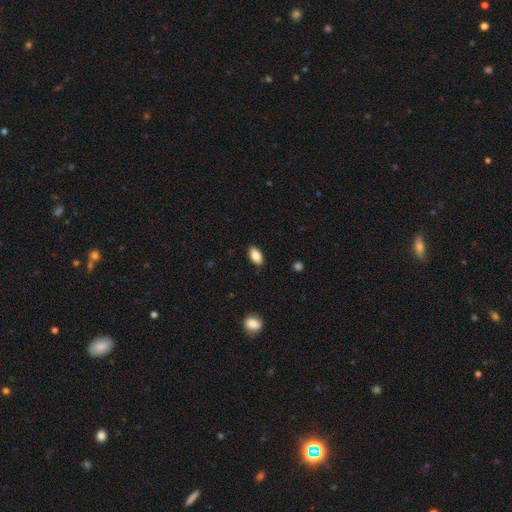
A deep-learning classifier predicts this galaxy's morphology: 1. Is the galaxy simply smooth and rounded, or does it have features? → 86% smooth, 8% star or artifact, 6% featured or disk.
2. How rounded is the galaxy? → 92% in between, 5% round, 3% cigar-shaped.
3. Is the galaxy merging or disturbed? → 88% none, 9% minor disturbance, 2% major disturbance, 1% merger.